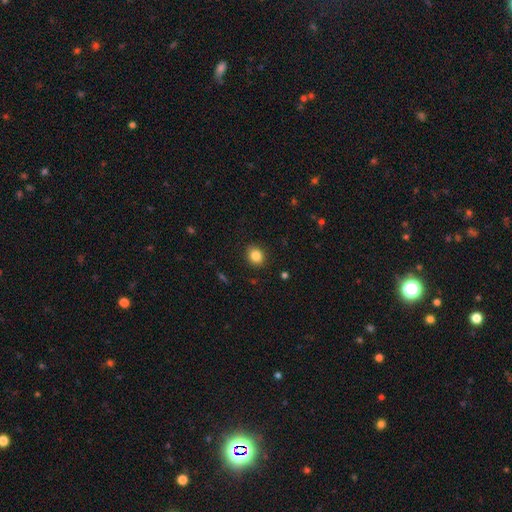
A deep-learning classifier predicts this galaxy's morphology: Smooth or featured? smooth (85%)
How rounded? round (64%)
Merging? none (89%)